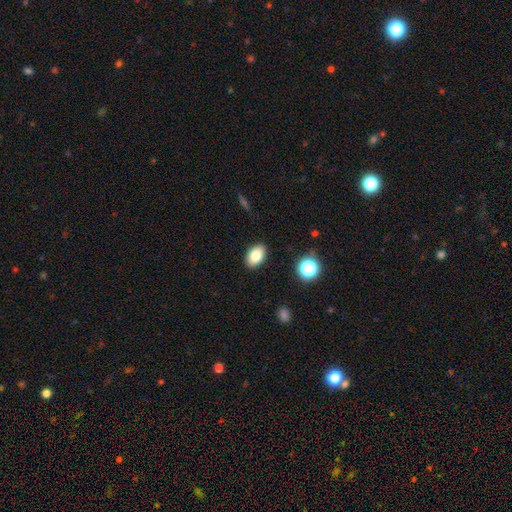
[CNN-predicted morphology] type=smooth (82%); roundness=in between (89%); merging=none (89%).